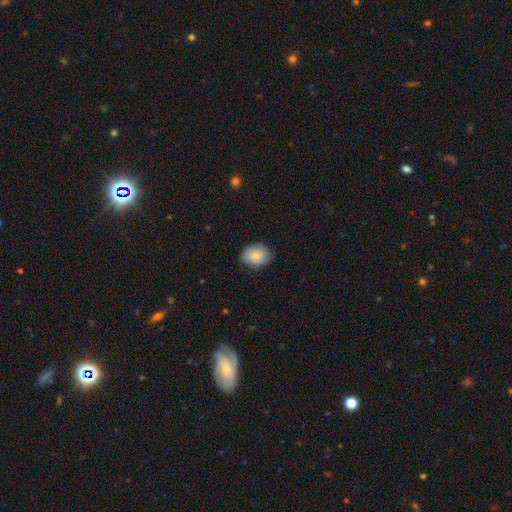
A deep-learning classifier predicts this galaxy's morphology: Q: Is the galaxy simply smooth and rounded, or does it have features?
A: smooth — 77%.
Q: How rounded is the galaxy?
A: in between — 55%.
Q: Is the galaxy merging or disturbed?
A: none — 79%.